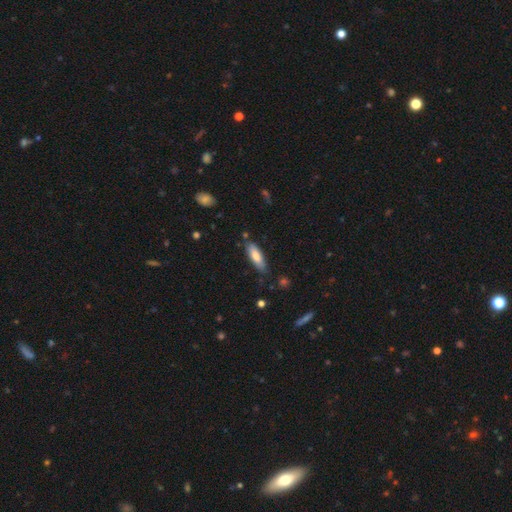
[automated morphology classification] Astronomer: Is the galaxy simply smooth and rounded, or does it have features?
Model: smooth — 77%.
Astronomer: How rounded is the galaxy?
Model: in between — 51% (runner-up: cigar-shaped, 47%).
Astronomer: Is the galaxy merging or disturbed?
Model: none — 78%.